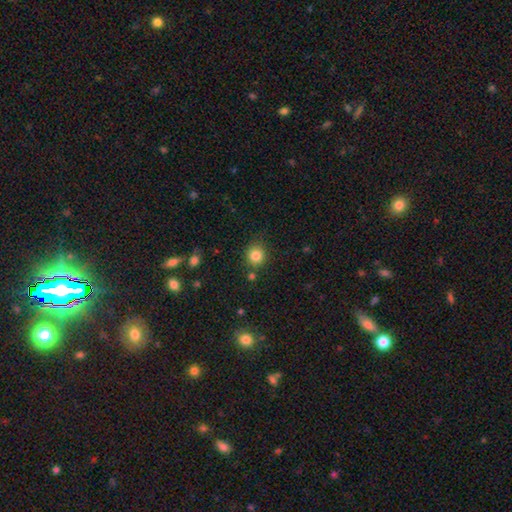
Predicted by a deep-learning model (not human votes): smooth-or-featured: smooth: 83% | star or artifact: 11% | featured or disk: 5%
  how-rounded: round: 87% | in between: 12% | cigar-shaped: 1%
  merging: none: 81% | minor disturbance: 10% | merger: 6% | major disturbance: 3%